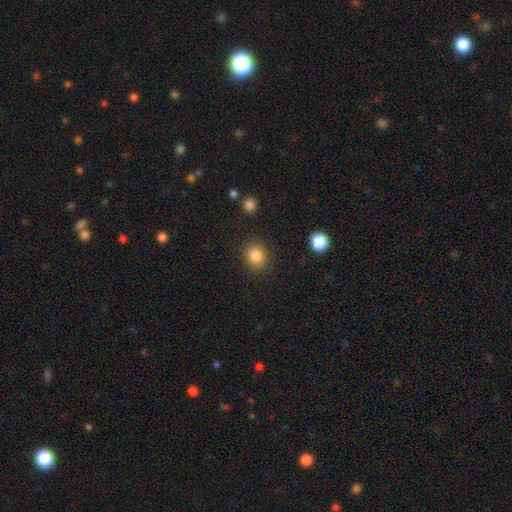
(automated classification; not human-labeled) A smooth galaxy with no disk features (85%) that is round (75%). Merging: none (88%).